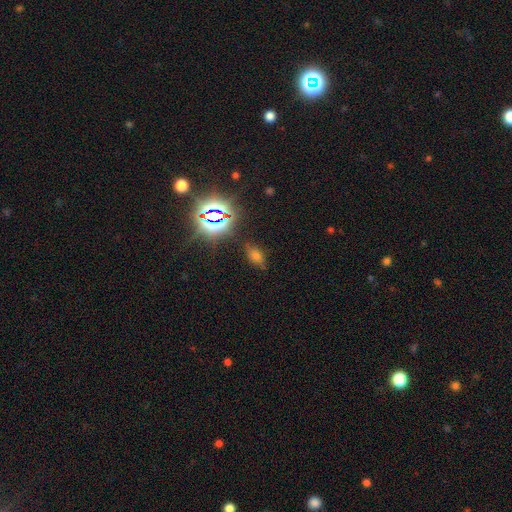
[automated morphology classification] type=star or artifact (45%).